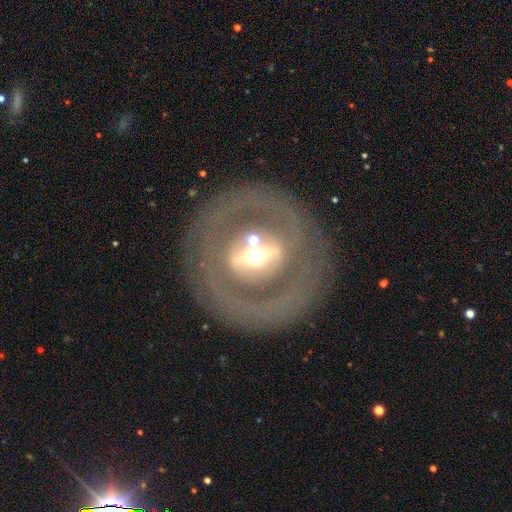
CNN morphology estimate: This appears to be a featured or disk galaxy (74%) with a strong bar (62%), no spiral arms (73%) and a moderate central bulge (60%). Merging: none (78%).